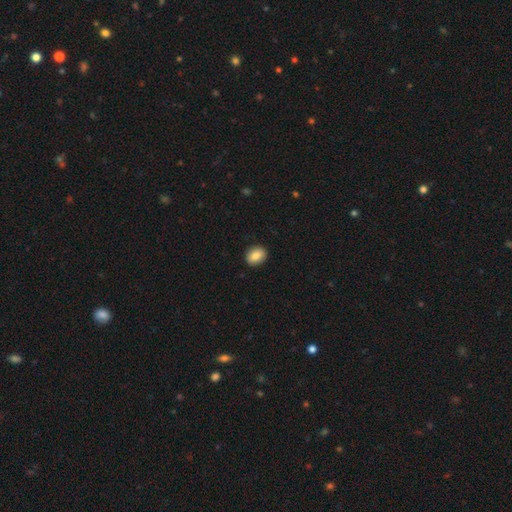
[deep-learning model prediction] A smooth galaxy with no disk features (84%) that is in between round and cigar-shaped (54%).

Vote fractions:
- Smooth or featured? smooth: 84% / featured or disk: 8% / star or artifact: 8%
- How rounded? in between: 54% / round: 45% / cigar-shaped: 1%
- Merging? none: 91% / minor disturbance: 7% / major disturbance: 2% / merger: 1%